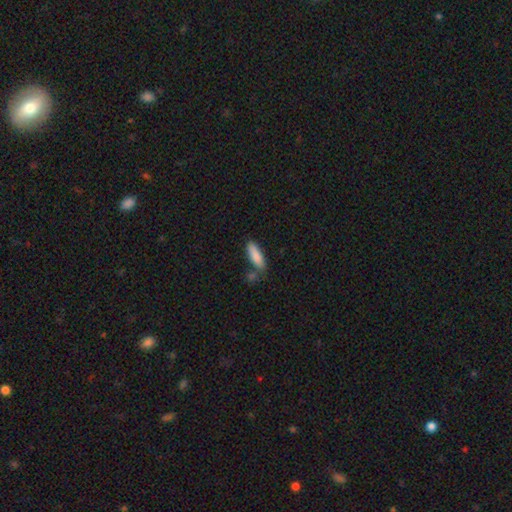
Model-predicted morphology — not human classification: Smooth or featured?
  - smooth: 86% *
  - featured or disk: 7%
  - star or artifact: 6%
How rounded?
  - cigar-shaped: 51% *
  - in between: 47%
  - round: 2%
Merging?
  - none: 67% *
  - minor disturbance: 16%
  - merger: 12%
  - major disturbance: 4%